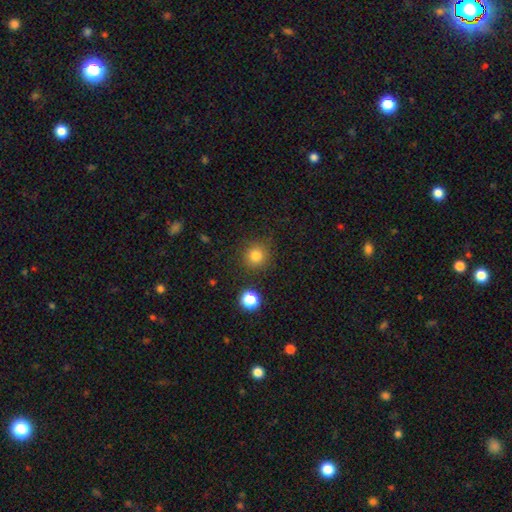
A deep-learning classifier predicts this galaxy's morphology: Overall: smooth (81%). How rounded: round (93%). Merging: none (86%).